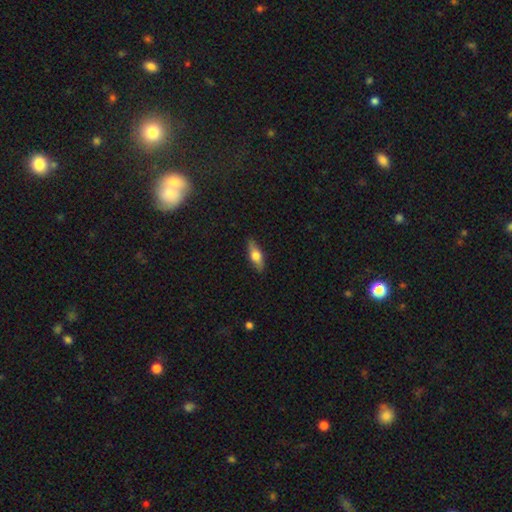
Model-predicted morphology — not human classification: This is possibly a smooth galaxy (57%). How rounded: possibly in between (58%). Merging: clearly none (86%).